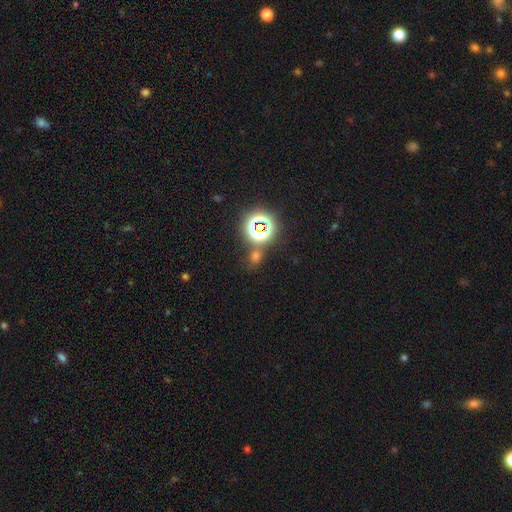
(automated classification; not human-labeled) smooth-or-featured: smooth: 50% | star or artifact: 44% | featured or disk: 7%
  merging: none: 68% | merger: 16% | minor disturbance: 10% | major disturbance: 5%